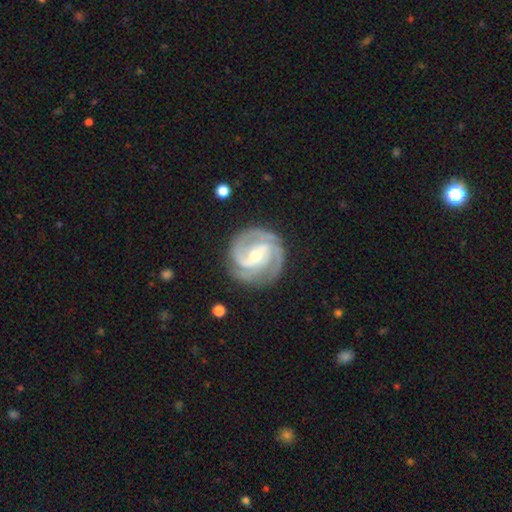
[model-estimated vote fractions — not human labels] featured or disk 91%, smooth 5%, star or artifact 4%. Down the decision tree: edge-on disk — no (98%); bar — weak (46%); spiral arms — yes (98%); spiral arm count — 3 (47%); spiral winding — tight (54%); bulge size — moderate (48%, tied with small); merging — none (82%).